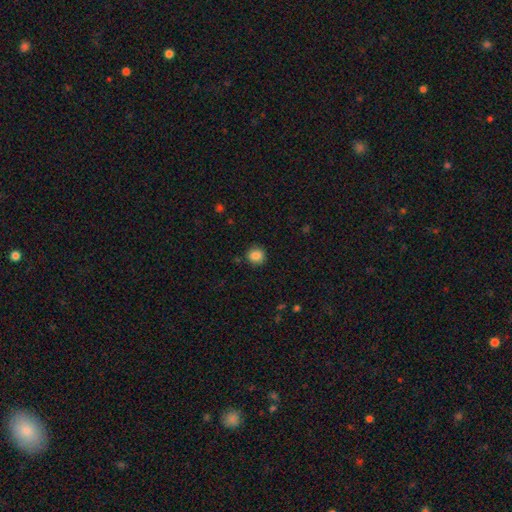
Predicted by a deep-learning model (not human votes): This appears to be a smooth galaxy with no disk features (86%) that is round (86%). Merging: none (86%).